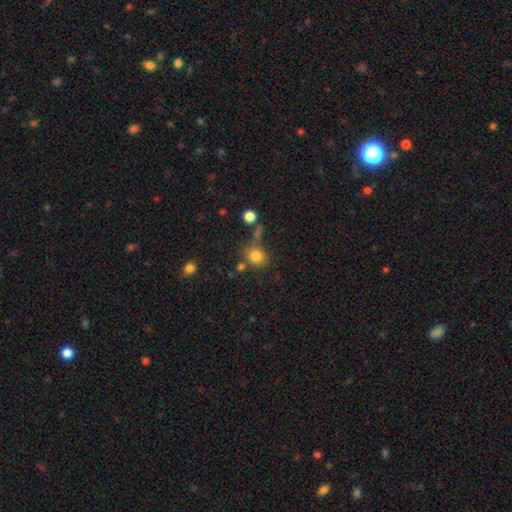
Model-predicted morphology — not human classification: type=smooth (80%); roundness=round (78%); merging=none (62%).